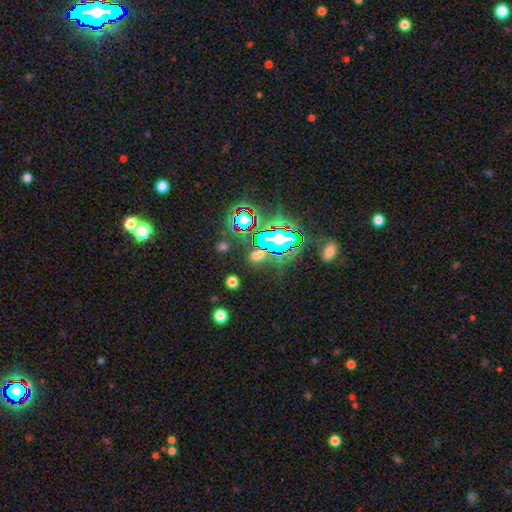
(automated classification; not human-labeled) Q: Smooth or featured?
A: star or artifact (53%); runner-up: smooth (37%)